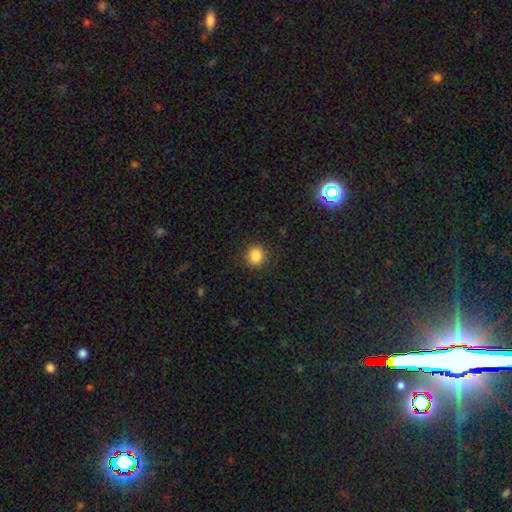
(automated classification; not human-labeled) The model was most divided on "smooth or featured": smooth: 87%, star or artifact: 10%, featured or disk: 3%. More confident: merging — none (91%); how rounded — round (89%).